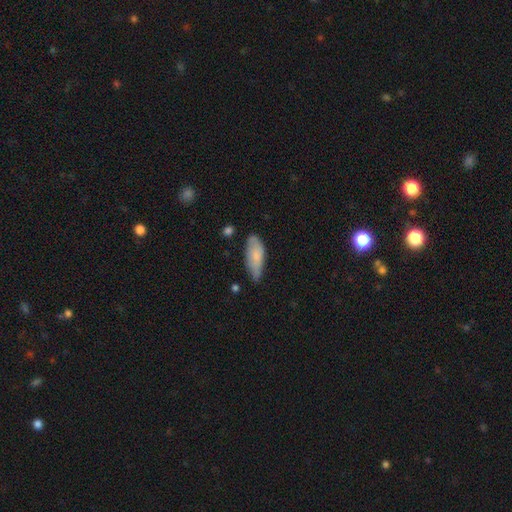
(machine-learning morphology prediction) Smooth or featured: smooth — 75% (featured or disk — 19%)
How rounded: in between — 71% (cigar-shaped — 27%)
Merging: none — 55% (minor disturbance — 36%)